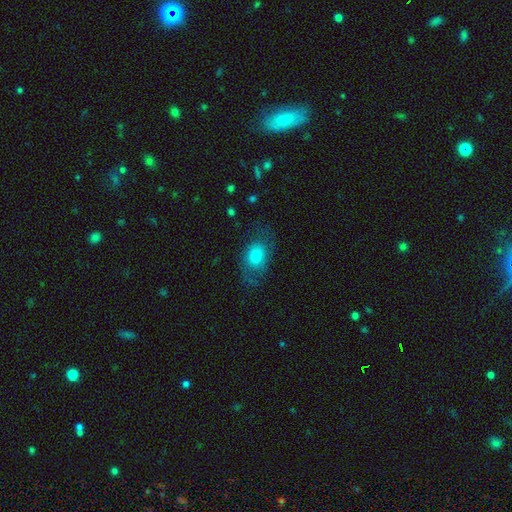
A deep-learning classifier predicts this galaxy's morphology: Overall: smooth (56%; featured or disk 35%). How rounded: in between (76%). Merging: none (63%).